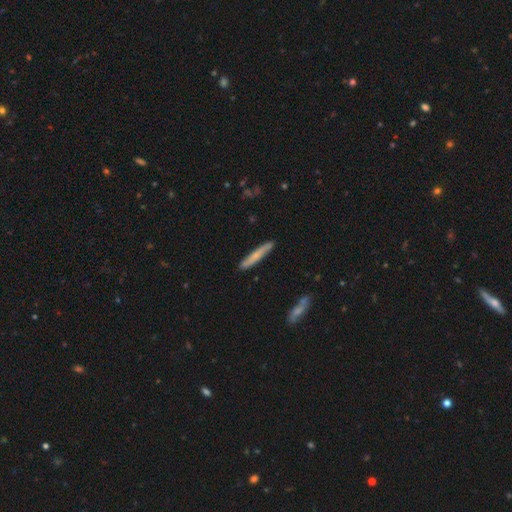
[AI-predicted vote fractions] The model was most divided on "smooth or featured": smooth: 60%, featured or disk: 34%, star or artifact: 6%. More confident: how rounded — cigar-shaped (94%); merging — none (87%).